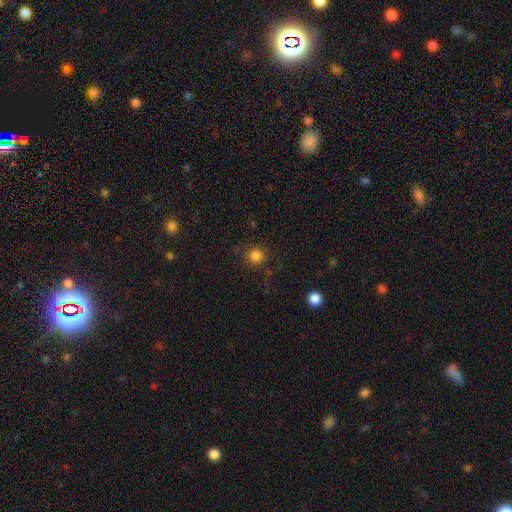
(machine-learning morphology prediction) Smooth or featured? smooth (82%)
How rounded? round (92%)
Merging? none (84%)